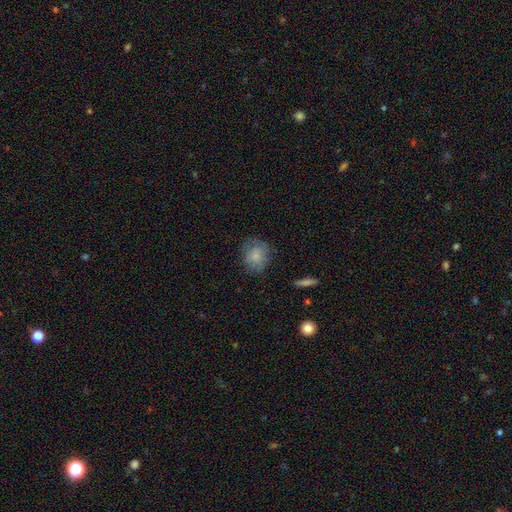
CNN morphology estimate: smooth-or-featured: smooth: 79% | featured or disk: 13% | star or artifact: 8%
  how-rounded: round: 68% | in between: 31% | cigar-shaped: 1%
  merging: none: 69% | minor disturbance: 21% | major disturbance: 8% | merger: 1%